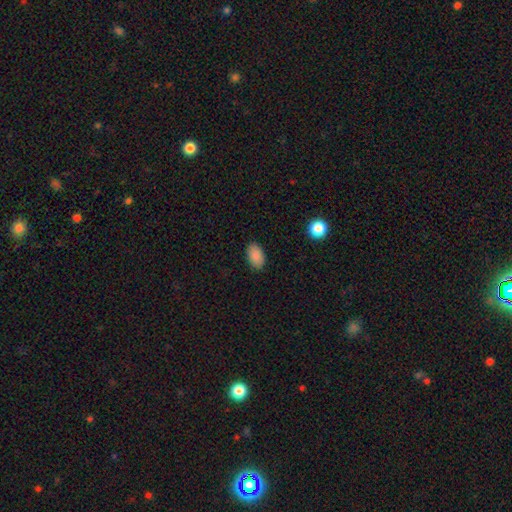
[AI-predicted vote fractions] Smooth or featured? Predicted: smooth (p=0.88). How rounded? Predicted: in between (p=0.91). Merging? Predicted: none (p=0.88).